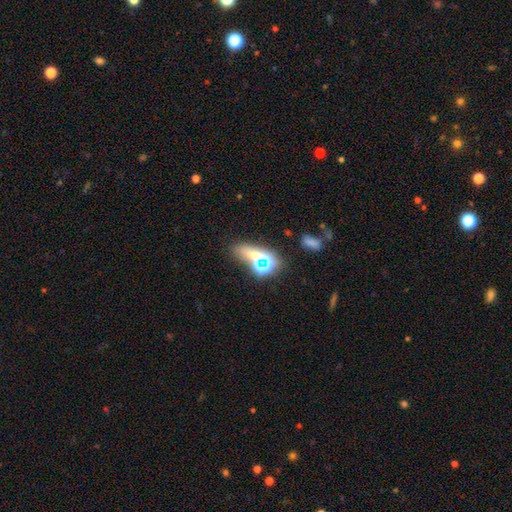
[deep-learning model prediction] A smooth galaxy with no disk features (46%). Merging: none (58%).